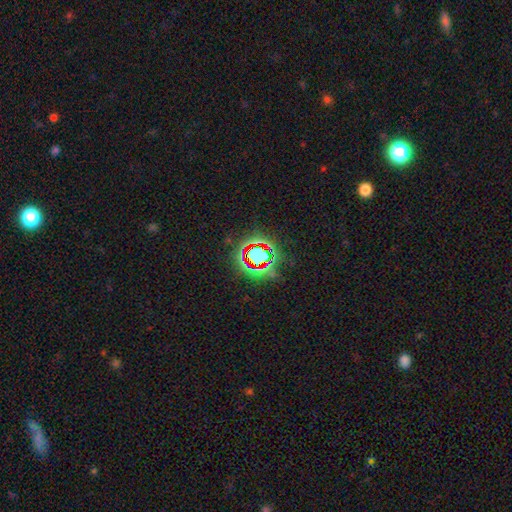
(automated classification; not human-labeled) A star or artifact, not a galaxy (63%).

Vote fractions:
- Smooth or featured? star or artifact: 63% / smooth: 23% / featured or disk: 14%